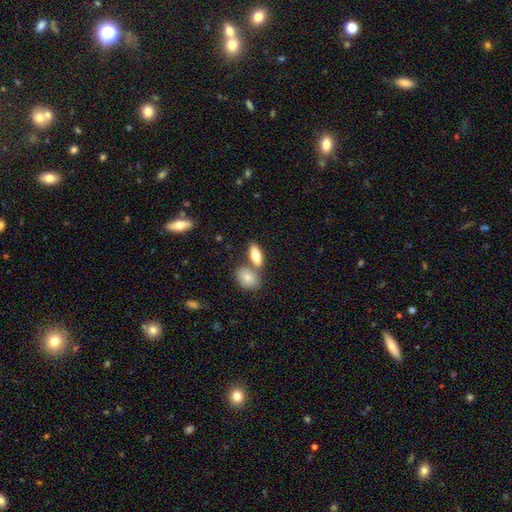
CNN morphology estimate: Smooth or featured?
  - smooth: 77% *
  - featured or disk: 17%
  - star or artifact: 6%
How rounded?
  - in between: 83% *
  - cigar-shaped: 13%
  - round: 5%
Merging?
  - none: 56% *
  - merger: 31%
  - minor disturbance: 9%
  - major disturbance: 3%